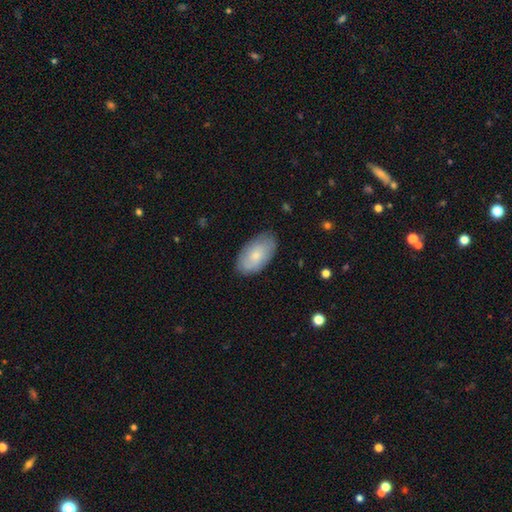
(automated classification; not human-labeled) This appears to be a smooth galaxy with no disk features (70%) that is in between round and cigar-shaped (95%). Merging: none (81%).